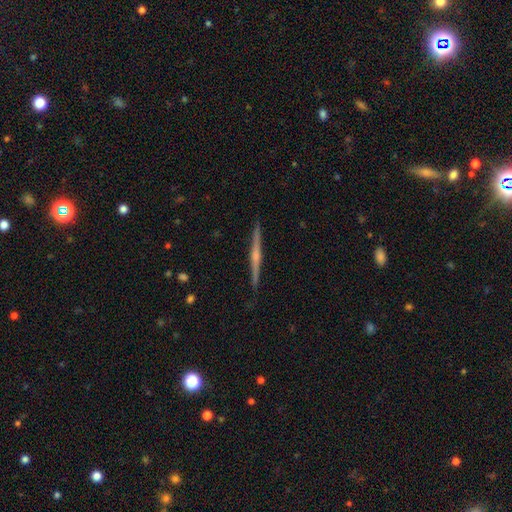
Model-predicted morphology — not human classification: Overall: featured or disk (78%). Edge-on disk: yes (99%). Edge-on bulge: rounded (72%). Merging: none (91%).